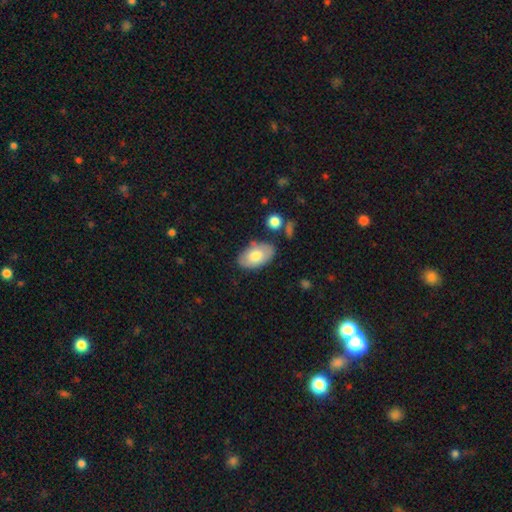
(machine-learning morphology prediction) Smooth or featured?
  - smooth: 70% *
  - featured or disk: 24%
  - star or artifact: 6%
How rounded?
  - in between: 94% *
  - round: 5%
  - cigar-shaped: 1%
Merging?
  - none: 73% *
  - minor disturbance: 18%
  - merger: 5%
  - major disturbance: 4%